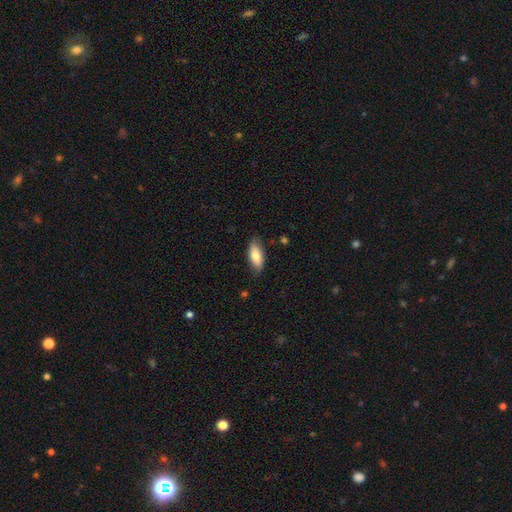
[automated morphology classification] This appears to be a smooth galaxy with no disk features (77%) that is in between round and cigar-shaped (84%). Merging: none (77%).